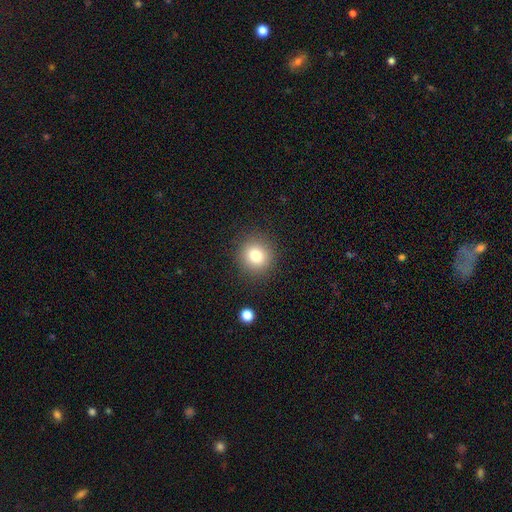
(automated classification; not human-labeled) smooth-or-featured: smooth: 79% | star or artifact: 12% | featured or disk: 9%
  how-rounded: round: 91% | in between: 8% | cigar-shaped: 1%
  merging: none: 89% | minor disturbance: 7% | major disturbance: 3% | merger: 2%